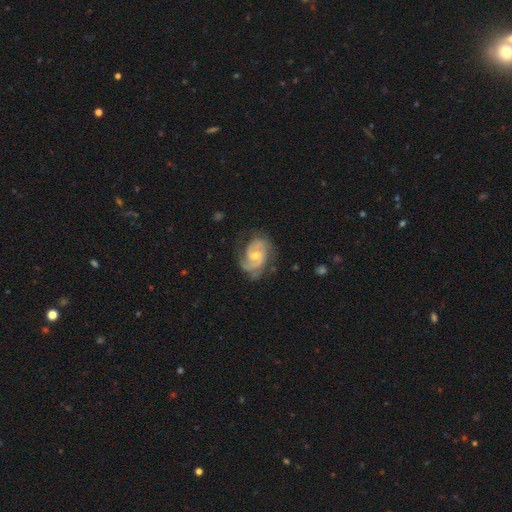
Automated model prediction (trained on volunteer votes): The model was most divided on "spiral winding" (2-way tie): medium: 44%, tight: 44%, loose: 11%. Remaining: edge-on disk — no (98%); spiral arms — yes (97%); smooth or featured — featured or disk (88%); merging — none (71%); spiral arm count — 2 (67%); bulge size — moderate (54%); bar — no (45%).